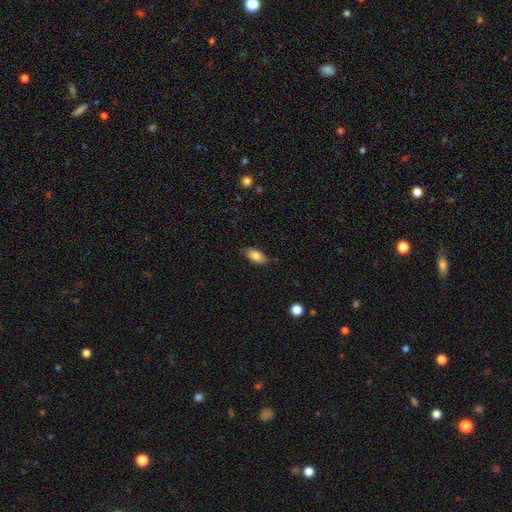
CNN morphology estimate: A smooth galaxy with no disk features (83%) that is in between round and cigar-shaped (91%). Merging: none (83%).